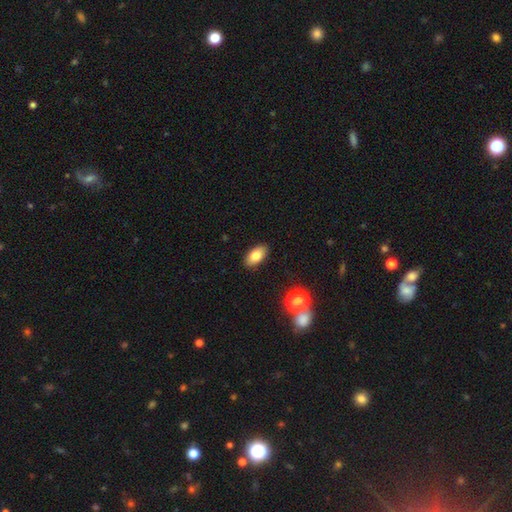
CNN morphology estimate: type=smooth (79%); roundness=in between (91%); merging=none (89%).